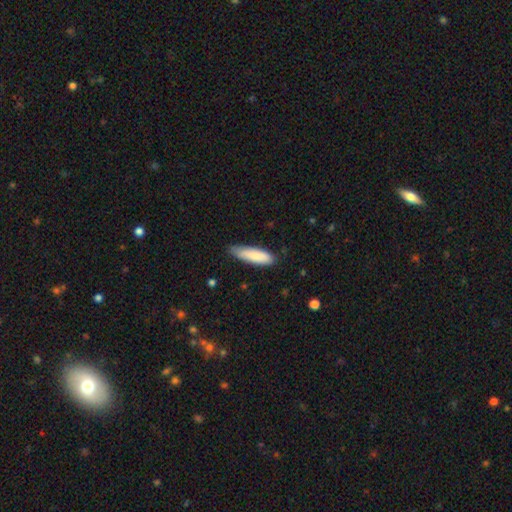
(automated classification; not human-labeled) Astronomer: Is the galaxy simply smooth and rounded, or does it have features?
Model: smooth — 84%.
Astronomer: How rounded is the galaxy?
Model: cigar-shaped — 62% (runner-up: in between, 37%).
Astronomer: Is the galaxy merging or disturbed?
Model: none — 70%.